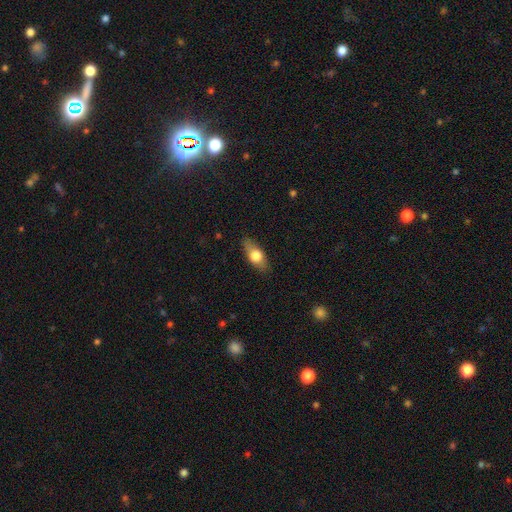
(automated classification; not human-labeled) A smooth galaxy with no disk features (66%) that is in between round and cigar-shaped (77%). Merging: none (84%).